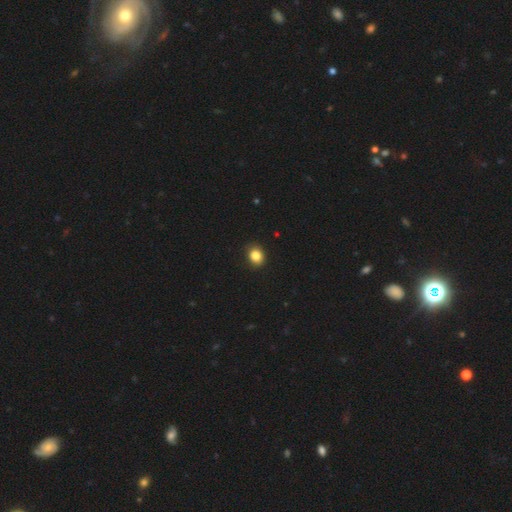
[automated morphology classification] A smooth galaxy with no disk features (86%) that is round (59%). Merging: none (88%).